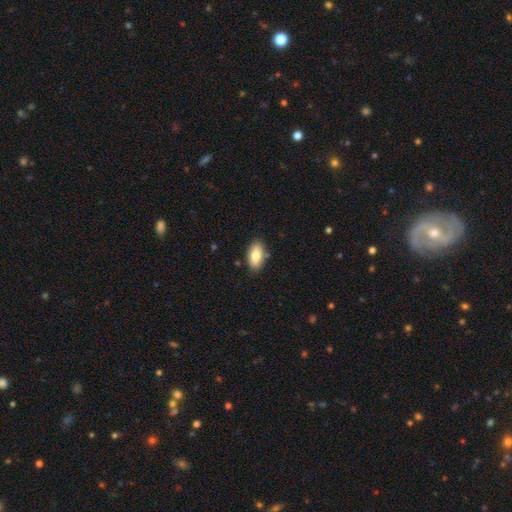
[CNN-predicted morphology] Smooth or featured? Predicted: smooth (p=0.81). How rounded? Predicted: in between (p=0.92). Merging? Predicted: none (p=0.84).